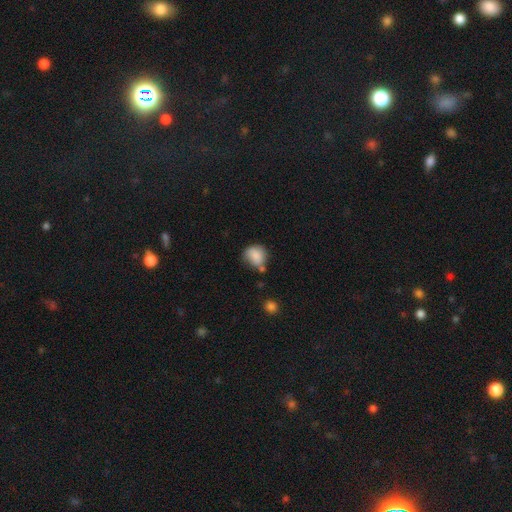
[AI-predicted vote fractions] The model was most divided on "merging": none: 52%, minor disturbance: 29%, merger: 12%, major disturbance: 8%. More confident: smooth or featured — smooth (83%); how rounded — round (70%).